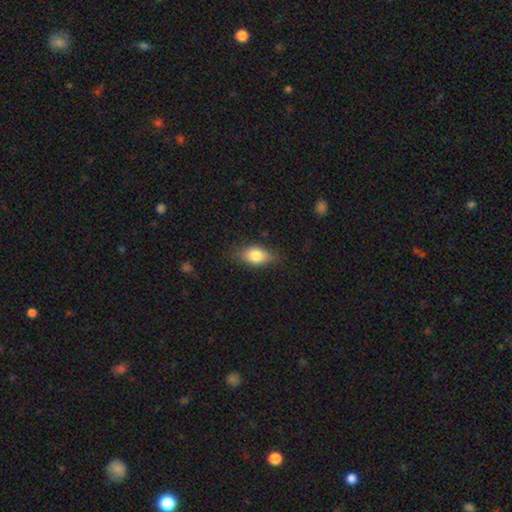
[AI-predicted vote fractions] A smooth galaxy with no disk features (79%) that is in between round and cigar-shaped (85%). Merging: none (76%).